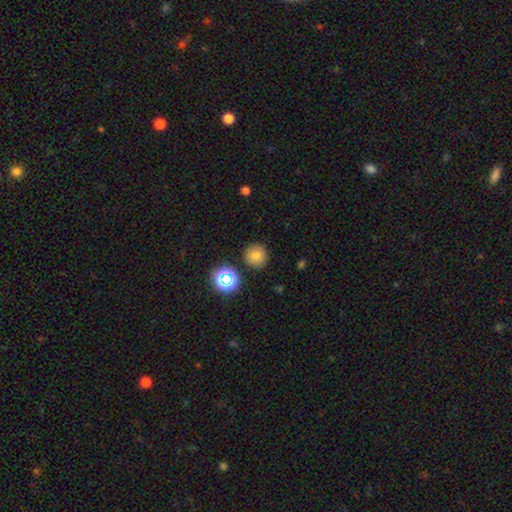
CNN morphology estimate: Smooth or featured?
  - smooth: 75% *
  - star or artifact: 16%
  - featured or disk: 9%
How rounded?
  - round: 94% *
  - in between: 5%
  - cigar-shaped: 1%
Merging?
  - none: 87% *
  - minor disturbance: 7%
  - merger: 3%
  - major disturbance: 2%